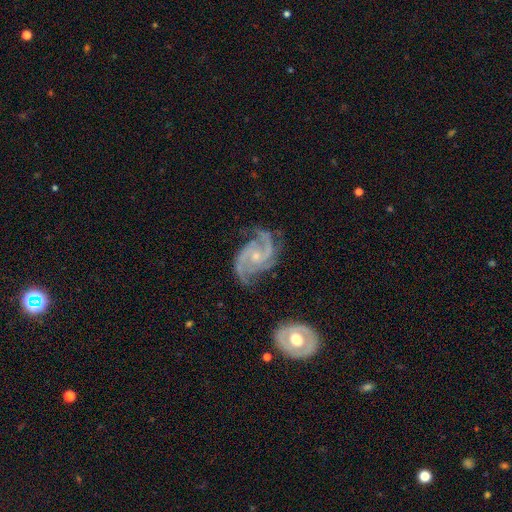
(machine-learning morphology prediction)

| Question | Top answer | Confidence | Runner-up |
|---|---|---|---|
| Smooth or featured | featured or disk | 93% | star or artifact (4%) |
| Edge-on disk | no | 98% | yes (2%) |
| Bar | no | 65% | weak (28%) |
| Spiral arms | yes | 98% | no (2%) |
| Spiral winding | medium | 55% | tight (28%) |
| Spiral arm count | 2 | 55% | 3 (28%) |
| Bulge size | small | 66% | moderate (30%) |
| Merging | none | 65% | minor disturbance (23%) |